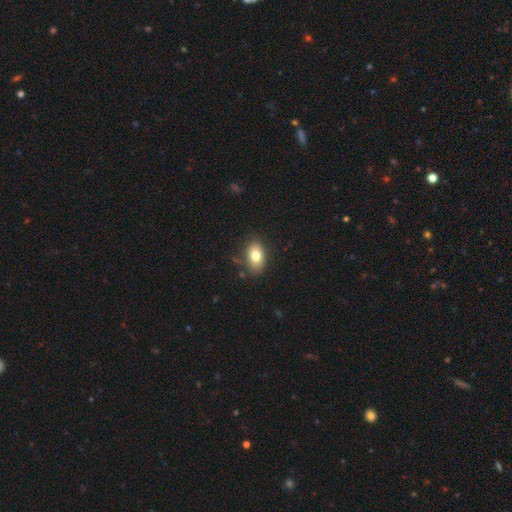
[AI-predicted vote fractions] Smooth or featured: smooth — 79% (featured or disk — 13%)
How rounded: in between — 87% (round — 11%)
Merging: none — 79% (minor disturbance — 14%)